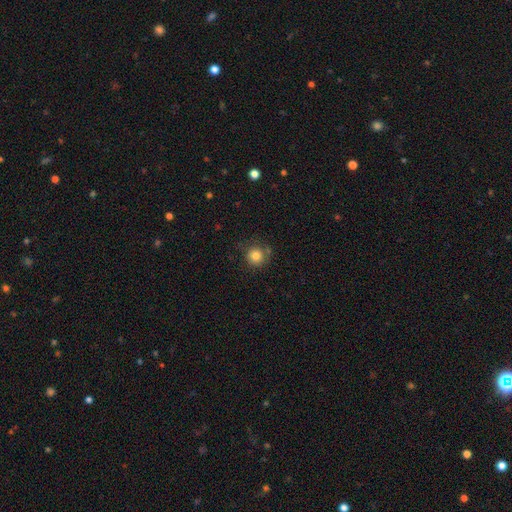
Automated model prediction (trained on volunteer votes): Smooth or featured?
  - smooth: 81% *
  - star or artifact: 11%
  - featured or disk: 8%
How rounded?
  - round: 93% *
  - in between: 6%
  - cigar-shaped: 1%
Merging?
  - none: 75% *
  - minor disturbance: 15%
  - major disturbance: 5%
  - merger: 5%